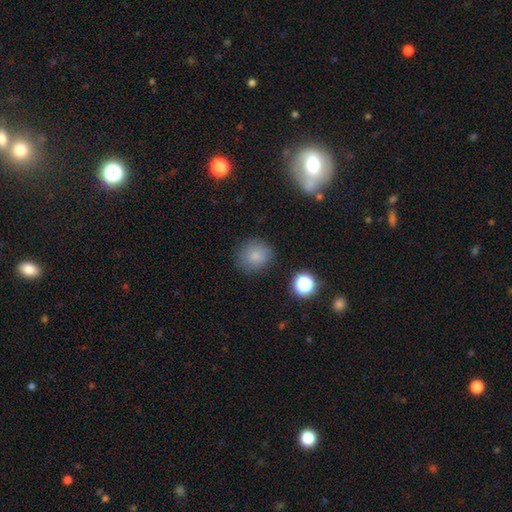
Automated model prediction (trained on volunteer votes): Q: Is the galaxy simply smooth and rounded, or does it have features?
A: smooth — 82%.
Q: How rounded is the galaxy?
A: round — 84%.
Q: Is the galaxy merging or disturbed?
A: none — 82%.